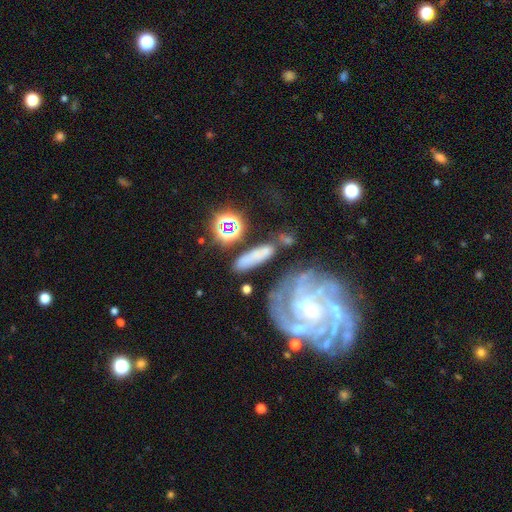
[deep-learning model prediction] Overall: smooth (48%; featured or disk 39%). Merging: none (62%).